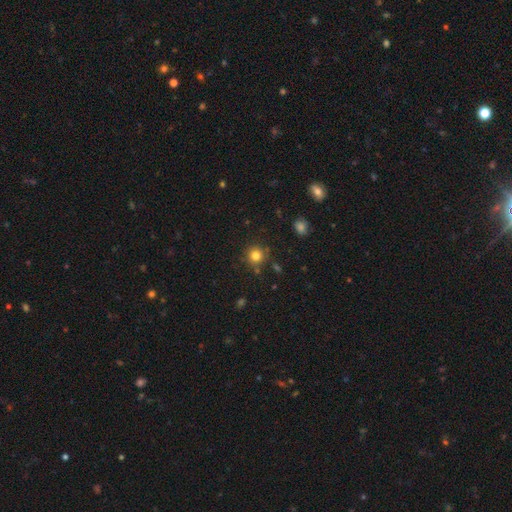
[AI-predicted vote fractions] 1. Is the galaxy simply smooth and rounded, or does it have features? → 80% smooth, 14% star or artifact, 6% featured or disk.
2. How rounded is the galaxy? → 92% round, 7% in between, 1% cigar-shaped.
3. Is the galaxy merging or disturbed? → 83% none, 10% minor disturbance, 4% merger, 3% major disturbance.